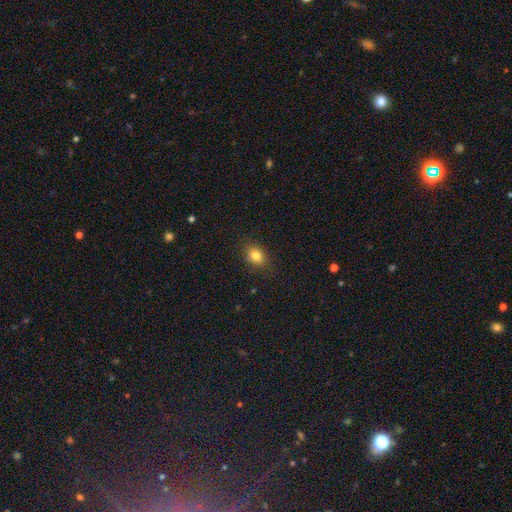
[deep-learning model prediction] Q: Smooth or featured?
A: smooth (82%); runner-up: star or artifact (11%)
Q: How rounded?
A: in between (51%); runner-up: round (48%)
Q: Merging?
A: none (86%); runner-up: minor disturbance (10%)